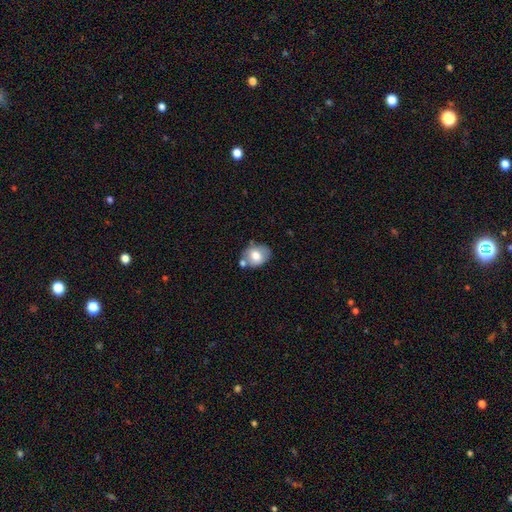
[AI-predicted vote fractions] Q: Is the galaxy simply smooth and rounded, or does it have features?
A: smooth — 71%.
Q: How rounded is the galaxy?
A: in between — 60%.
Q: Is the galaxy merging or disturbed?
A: none — 59%.